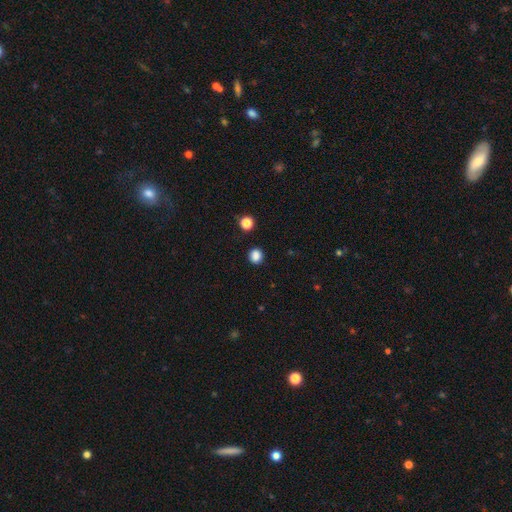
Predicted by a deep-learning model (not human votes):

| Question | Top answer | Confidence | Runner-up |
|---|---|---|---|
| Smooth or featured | smooth | 85% | star or artifact (12%) |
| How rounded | round | 86% | in between (13%) |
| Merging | none | 90% | minor disturbance (6%) |